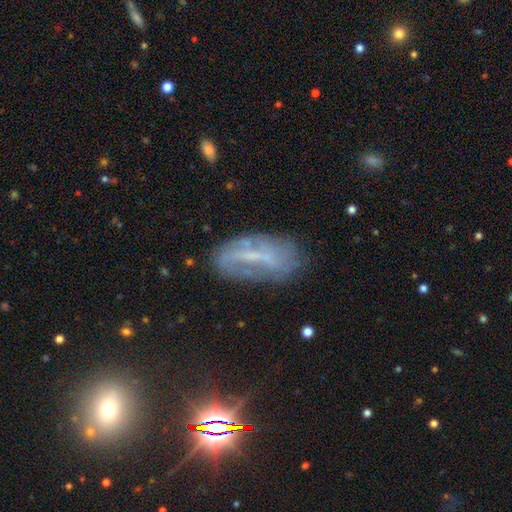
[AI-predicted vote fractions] A featured or disk galaxy (57%).

Vote fractions:
- Smooth or featured? featured or disk: 57% / smooth: 30% / star or artifact: 13%
- Edge-on disk? no: 86% / yes: 14%
- Merging? none: 59% / minor disturbance: 25% / major disturbance: 13% / merger: 3%